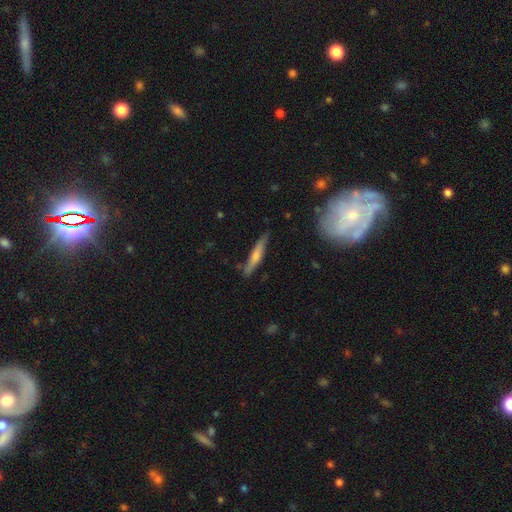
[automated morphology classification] Smooth or featured? featured or disk (49%)
Merging? none (83%)